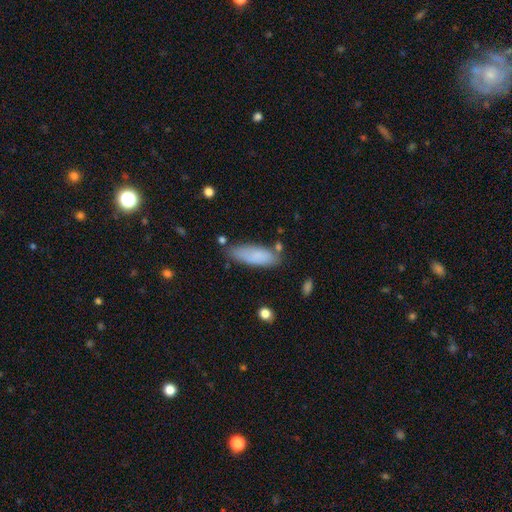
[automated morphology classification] Smooth or featured?
  - smooth: 82% *
  - featured or disk: 11%
  - star or artifact: 7%
How rounded?
  - in between: 62% *
  - cigar-shaped: 36%
  - round: 2%
Merging?
  - none: 69% *
  - minor disturbance: 21%
  - merger: 5%
  - major disturbance: 5%